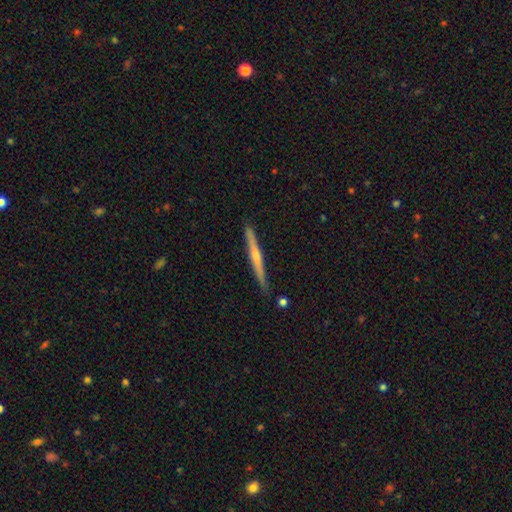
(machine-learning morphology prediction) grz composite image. It shows a featured or disk galaxy (61%) viewed edge-on (98%) with a rounded central bulge (55%). Merging: none (87%).